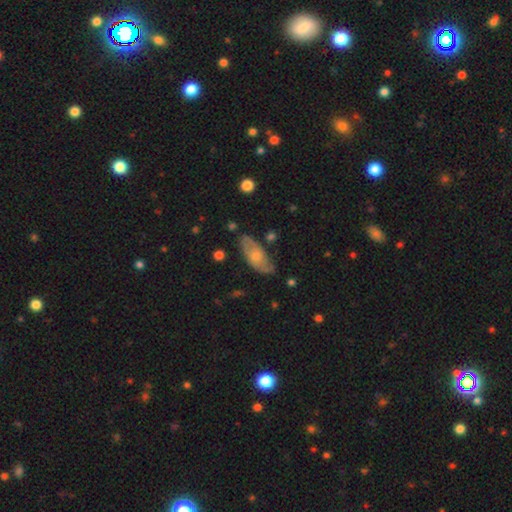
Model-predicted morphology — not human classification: This is possibly a featured or disk galaxy (50%). It is clearly not viewed edge-on (80%). Merging: likely none (73%).